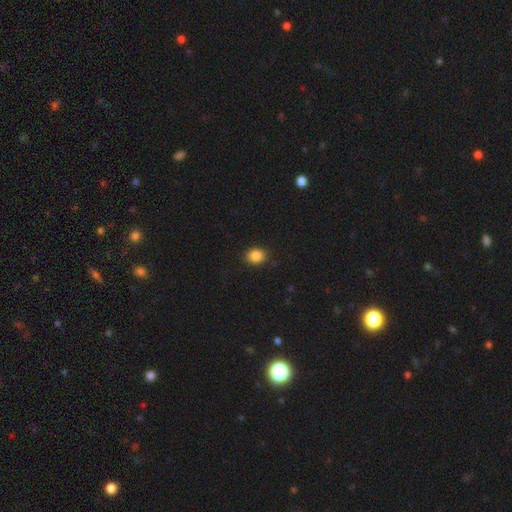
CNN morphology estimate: Smooth or featured? smooth (86%)
How rounded? round (59%)
Merging? none (88%)